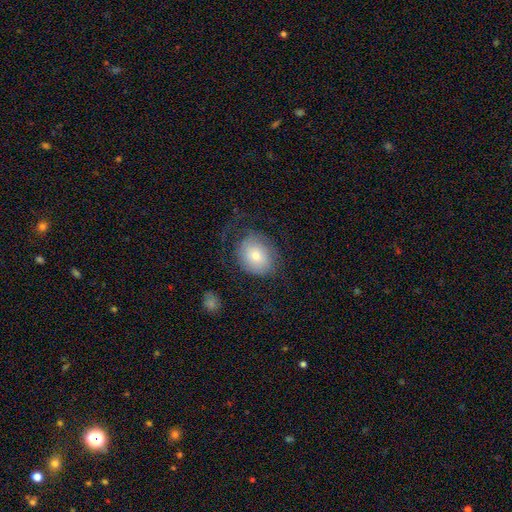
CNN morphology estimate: smooth_or_featured: smooth (p=0.62) [alt: featured or disk p=0.29]
how_rounded: round (p=0.57) [alt: in between p=0.42]
merging: none (p=0.53) [alt: major disturbance p=0.26]